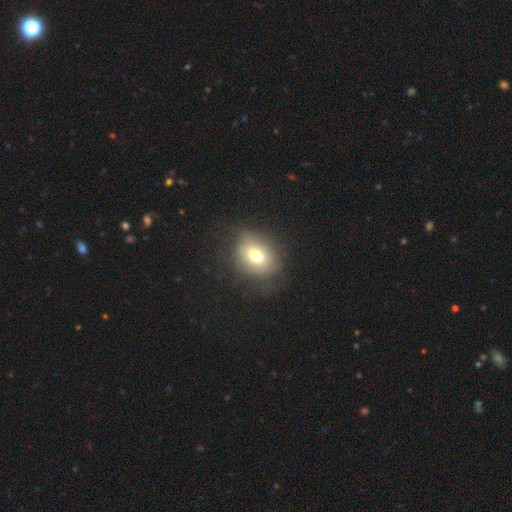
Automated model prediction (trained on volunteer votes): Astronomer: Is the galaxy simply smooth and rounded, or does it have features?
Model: smooth — 70%.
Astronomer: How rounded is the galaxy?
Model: round — 53% (runner-up: in between, 46%).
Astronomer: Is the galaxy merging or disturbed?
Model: none — 73%.